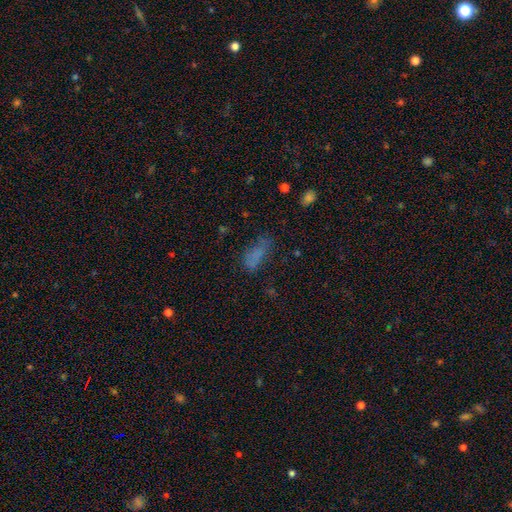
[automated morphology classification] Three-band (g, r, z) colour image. It shows a smooth galaxy with no disk features (67%) that is in between round and cigar-shaped (77%). Merging: none (50%).